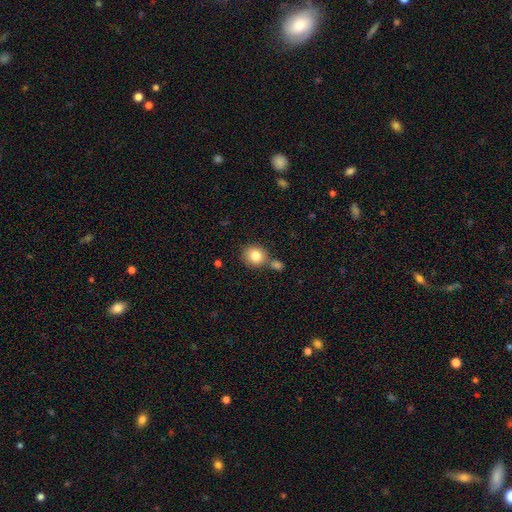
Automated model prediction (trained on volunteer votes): Q: Smooth or featured?
A: smooth (82%); runner-up: star or artifact (9%)
Q: How rounded?
A: round (81%); runner-up: in between (18%)
Q: Merging?
A: none (66%); runner-up: merger (21%)